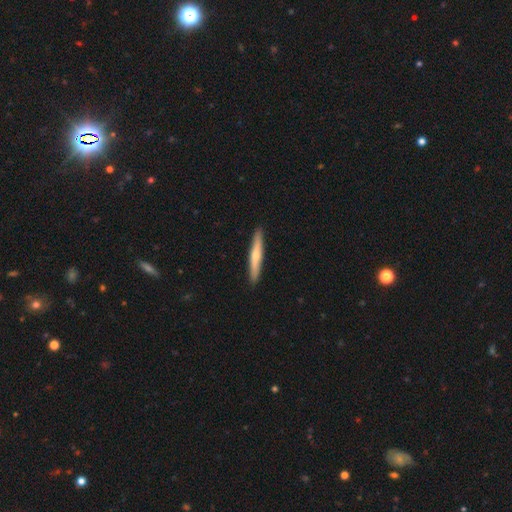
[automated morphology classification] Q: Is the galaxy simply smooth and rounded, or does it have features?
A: smooth — 49%.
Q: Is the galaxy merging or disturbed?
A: none — 92%.